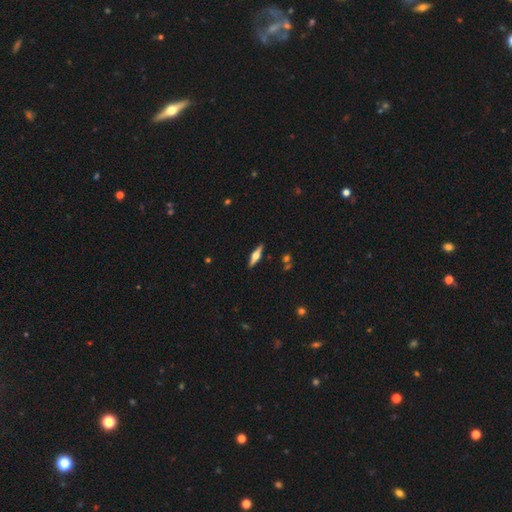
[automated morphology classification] Smooth or featured: featured or disk — 65% (smooth — 29%)
Edge-on disk: yes — 95% (no — 5%)
Edge-on bulge: rounded — 94% (boxy — 4%)
Merging: none — 90% (minor disturbance — 7%)